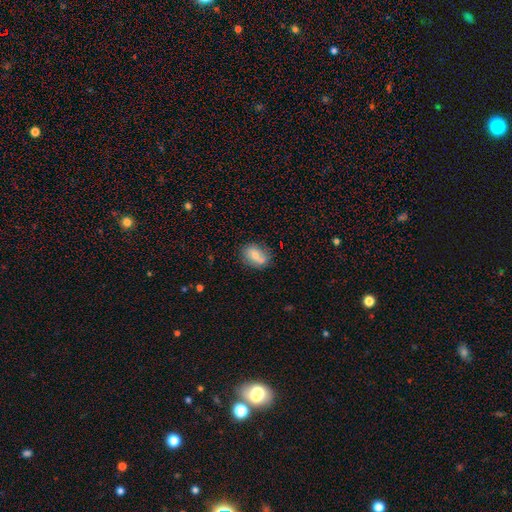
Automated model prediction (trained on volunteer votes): smooth-or-featured: smooth: 64% | featured or disk: 27% | star or artifact: 9%
  how-rounded: in between: 71% | round: 27% | cigar-shaped: 3%
  merging: none: 64% | minor disturbance: 17% | merger: 15% | major disturbance: 4%